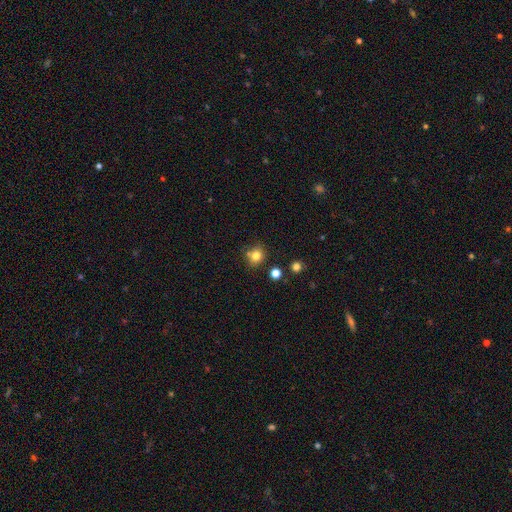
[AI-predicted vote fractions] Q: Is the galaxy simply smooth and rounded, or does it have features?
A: smooth — 79%.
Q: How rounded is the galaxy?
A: round — 81%.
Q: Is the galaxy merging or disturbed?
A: none — 74%.